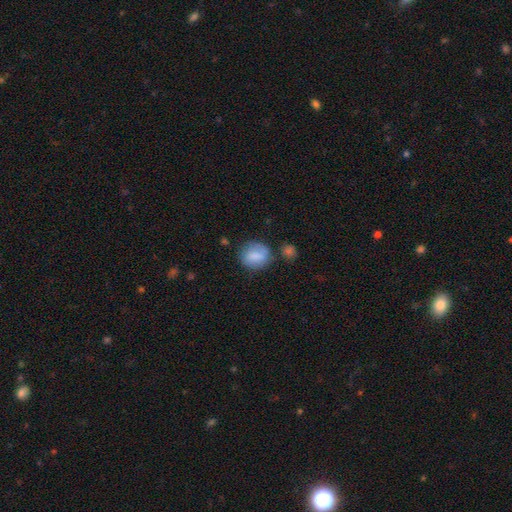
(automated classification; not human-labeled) Smooth or featured? Predicted: smooth (p=0.75). How rounded? Predicted: round (p=0.63). Merging? Predicted: none (p=0.61).